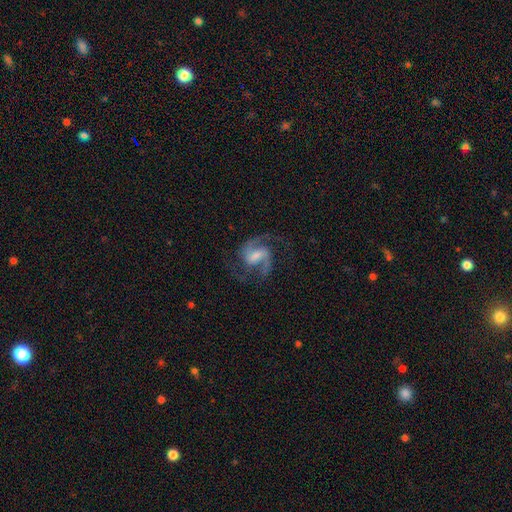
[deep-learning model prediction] smooth-or-featured: featured or disk: 89% | smooth: 5% | star or artifact: 5%
  disk-edge-on: no: 98% | yes: 2%
    bar: weak: 54% | strong: 29% | no: 18%
    has-spiral-arms: yes: 98% | no: 2%
      spiral-winding: medium: 62% | loose: 23% | tight: 15%
      spiral-arm-count: 2: 85% | 3: 7% | can't tell: 3% | 1: 2% | 4: 1% | more than 4: 1%
    bulge-size: moderate: 38% | small: 33% | none: 18% | large: 10% | dominant: 1%
  merging: none: 71% | minor disturbance: 15% | major disturbance: 13% | merger: 2%